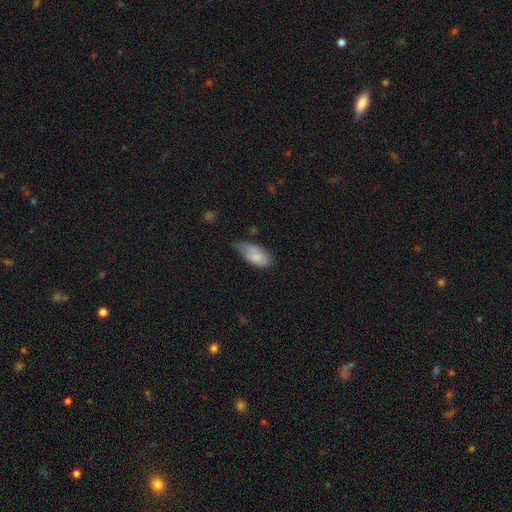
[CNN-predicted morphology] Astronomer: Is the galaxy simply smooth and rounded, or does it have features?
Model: smooth — 78%.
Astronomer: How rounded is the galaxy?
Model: in between — 93%.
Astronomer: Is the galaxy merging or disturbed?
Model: minor disturbance — 48% (runner-up: none, 35%).